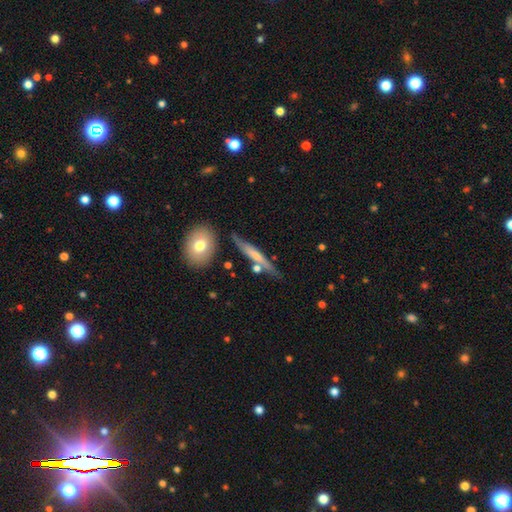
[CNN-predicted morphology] type=featured or disk (50%); merging=none (72%).